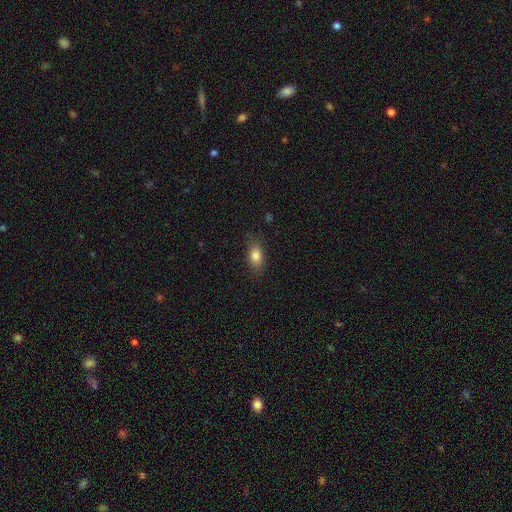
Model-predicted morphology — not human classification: Smooth or featured?
  - smooth: 83% *
  - star or artifact: 9%
  - featured or disk: 8%
How rounded?
  - in between: 83% *
  - round: 10%
  - cigar-shaped: 7%
Merging?
  - none: 80% *
  - minor disturbance: 15%
  - major disturbance: 4%
  - merger: 1%